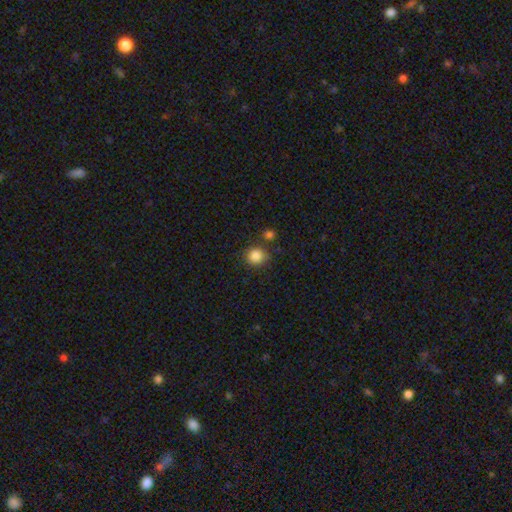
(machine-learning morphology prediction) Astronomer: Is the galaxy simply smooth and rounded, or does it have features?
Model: smooth — 86%.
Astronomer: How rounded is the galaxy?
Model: round — 88%.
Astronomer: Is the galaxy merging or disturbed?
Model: none — 79%.